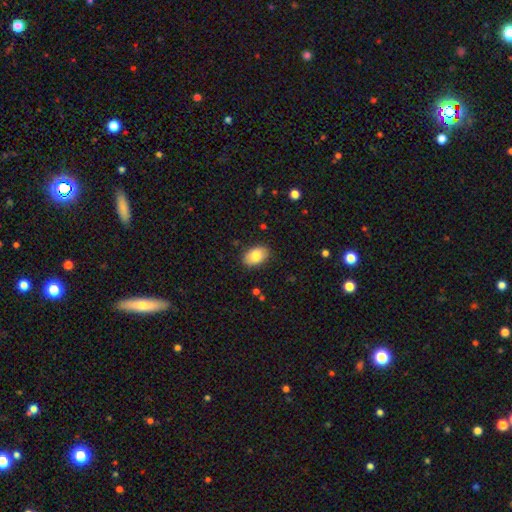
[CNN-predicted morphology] smooth_or_featured: smooth (p=0.84) [alt: featured or disk p=0.10]
how_rounded: in between (p=0.89) [alt: round p=0.10]
merging: none (p=0.87) [alt: minor disturbance p=0.10]